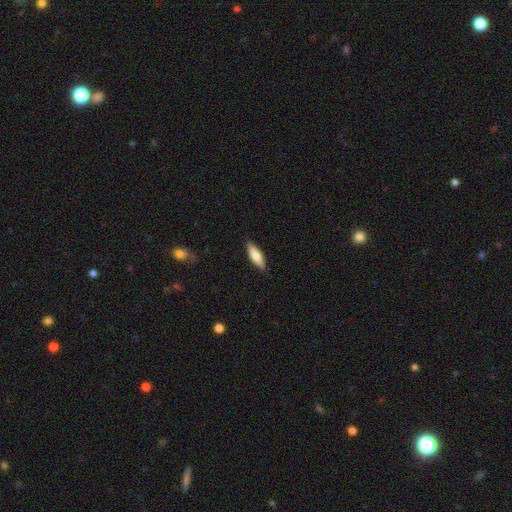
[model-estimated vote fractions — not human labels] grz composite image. It shows a smooth galaxy with no disk features (76%) that is cigar-shaped (53%). Merging: none (88%).